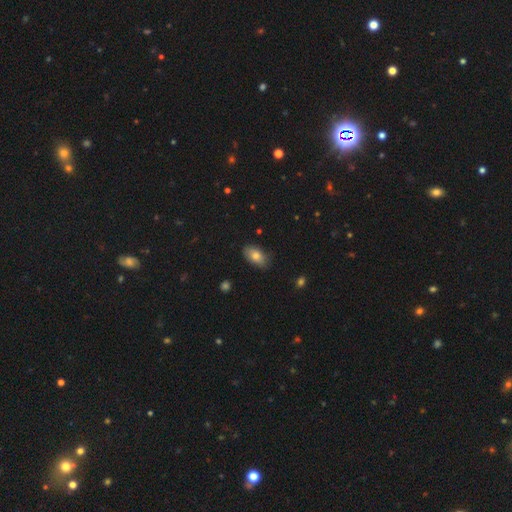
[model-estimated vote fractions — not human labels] Smooth or featured? Predicted: smooth (p=0.79). How rounded? Predicted: in between (p=0.91). Merging? Predicted: none (p=0.80).